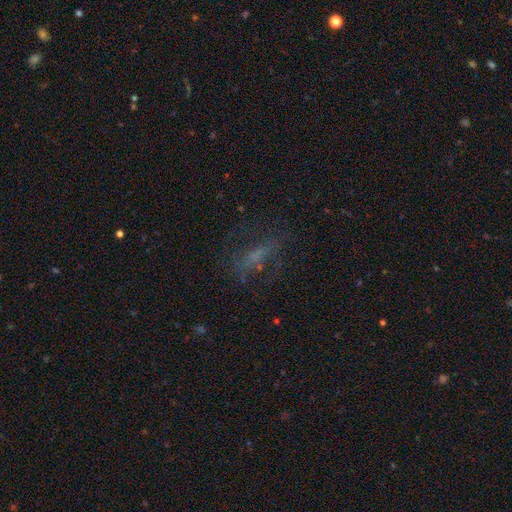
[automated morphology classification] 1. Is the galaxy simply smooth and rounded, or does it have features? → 37% smooth (tied), 37% featured or disk (tied), 26% star or artifact.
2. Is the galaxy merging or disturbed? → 58% none, 22% major disturbance, 18% minor disturbance, 2% merger.